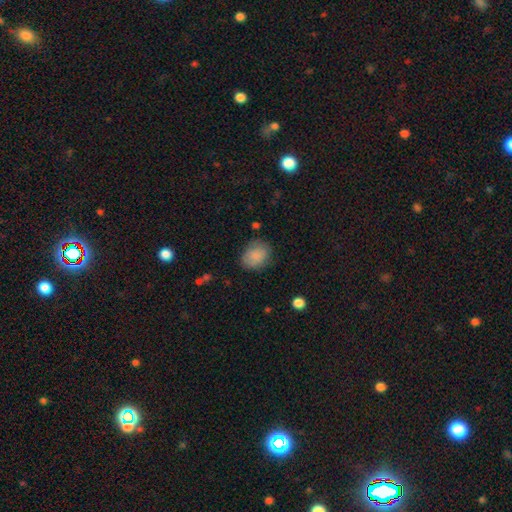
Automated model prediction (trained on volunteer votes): This appears to be a smooth galaxy with no disk features (85%) that is in between round and cigar-shaped (56%). Merging: none (75%).